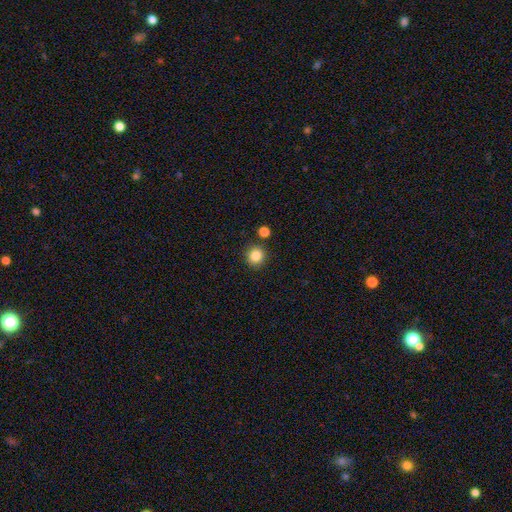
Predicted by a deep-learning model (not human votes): smooth_or_featured: smooth (p=0.85) [alt: star or artifact p=0.11]
how_rounded: round (p=0.93) [alt: in between p=0.06]
merging: none (p=0.86) [alt: minor disturbance p=0.07]